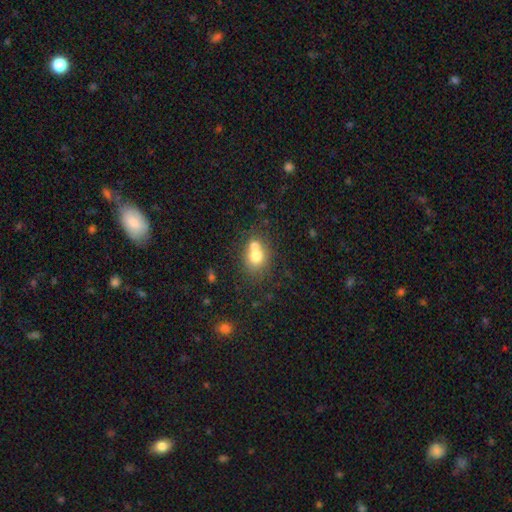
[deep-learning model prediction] Q: Smooth or featured?
A: smooth (71%); runner-up: featured or disk (18%)
Q: How rounded?
A: round (64%); runner-up: in between (35%)
Q: Merging?
A: merger (52%); runner-up: none (35%)